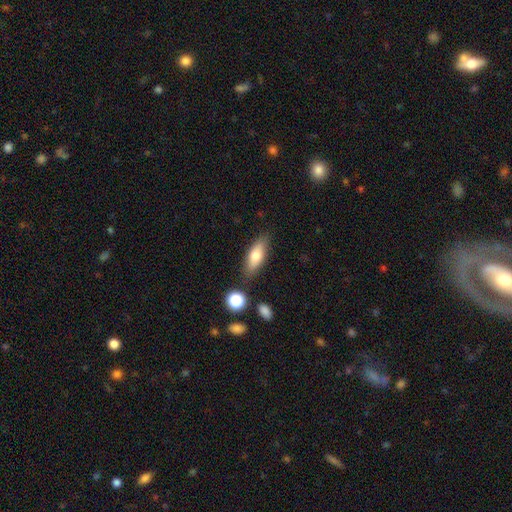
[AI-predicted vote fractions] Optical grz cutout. It shows a smooth galaxy with no disk features (73%) that is in between round and cigar-shaped (69%). Merging: none (81%).